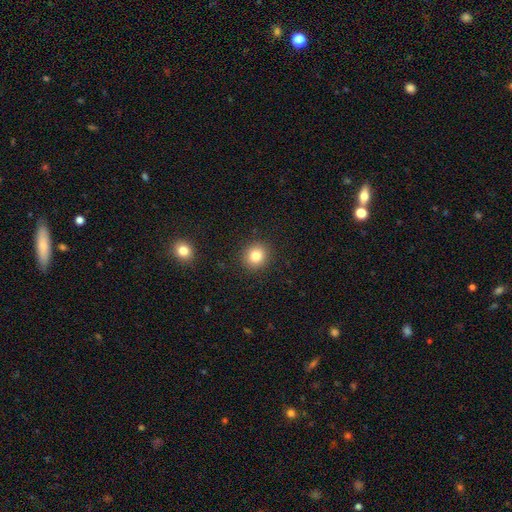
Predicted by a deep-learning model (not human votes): Morphology: type=smooth (81%); roundness=round (89%); merging=none (91%).